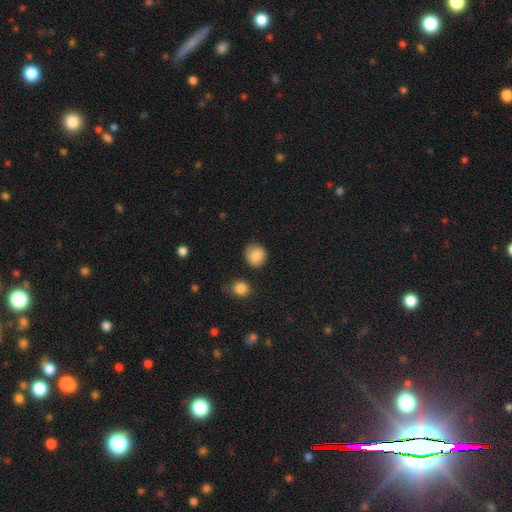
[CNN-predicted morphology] The model was most divided on "how rounded": round: 84%, in between: 15%, cigar-shaped: 1%. More confident: smooth or featured — smooth (87%); merging — none (82%).